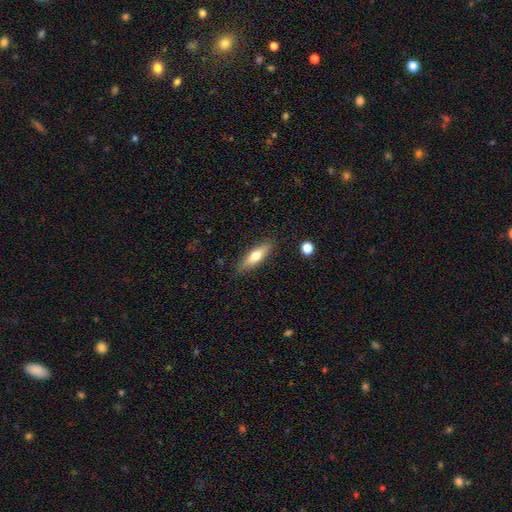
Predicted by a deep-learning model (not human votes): smooth_or_featured: smooth (p=0.61) [alt: featured or disk p=0.33]
how_rounded: cigar-shaped (p=0.59) [alt: in between p=0.39]
merging: none (p=0.86) [alt: minor disturbance p=0.10]